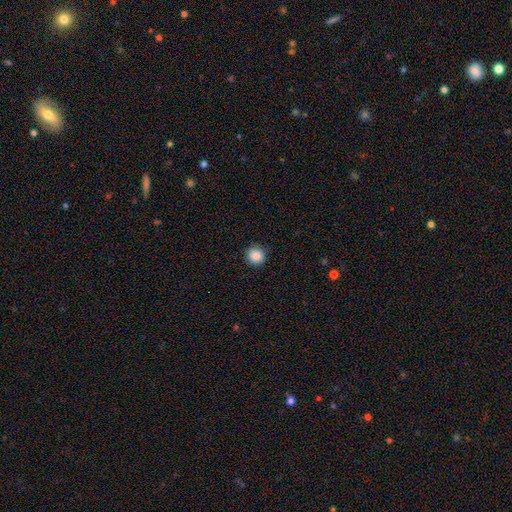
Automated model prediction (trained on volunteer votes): This appears to be a smooth galaxy with no disk features (88%) that is round (91%). Merging: none (89%).